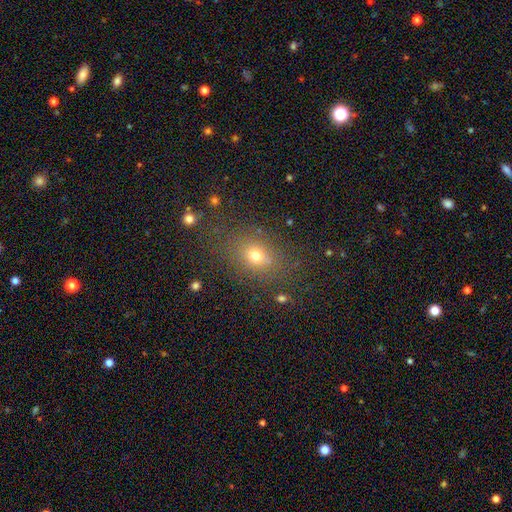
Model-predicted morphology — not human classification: This appears to be a smooth galaxy with no disk features (69%) that is in between round and cigar-shaped (51%). Merging: none (78%).